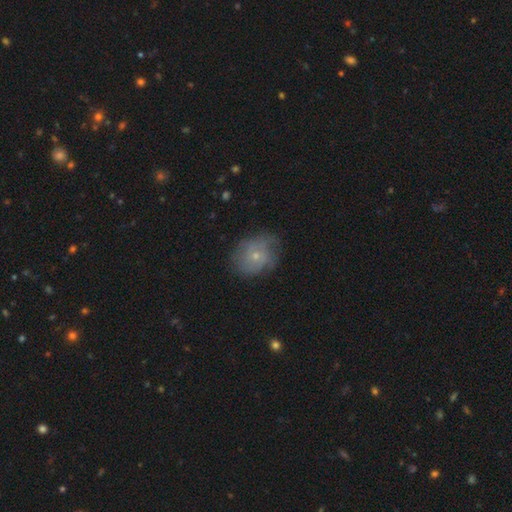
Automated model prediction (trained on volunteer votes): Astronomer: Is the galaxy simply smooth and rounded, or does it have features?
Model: featured or disk — 49% (runner-up: smooth, 41%).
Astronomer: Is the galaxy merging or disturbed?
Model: none — 64%.